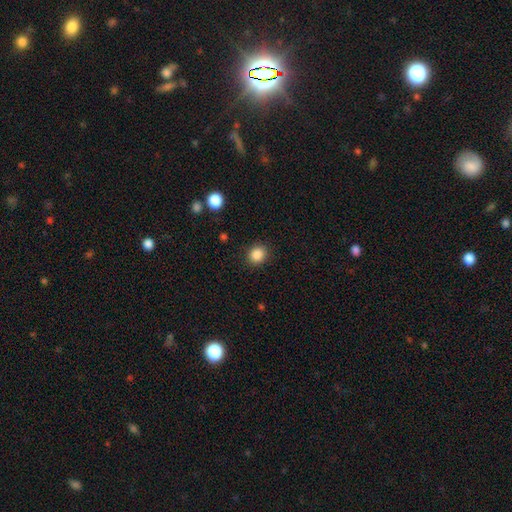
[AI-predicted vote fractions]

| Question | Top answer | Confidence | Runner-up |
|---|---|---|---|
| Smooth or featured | smooth | 87% | star or artifact (10%) |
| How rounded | round | 79% | in between (20%) |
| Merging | none | 89% | minor disturbance (7%) |